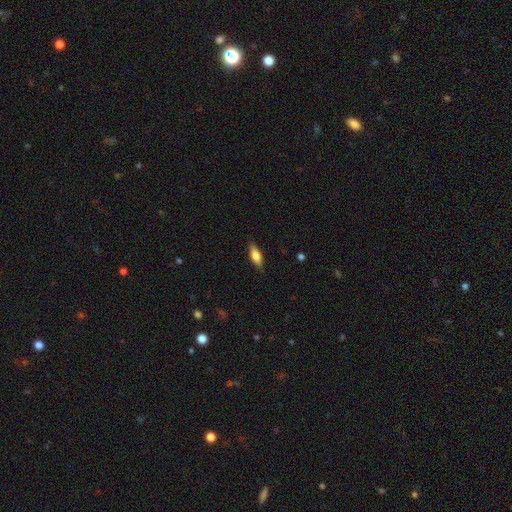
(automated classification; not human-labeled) This is likely a smooth galaxy (70%). How rounded: likely in between (64%). Merging: clearly none (86%).